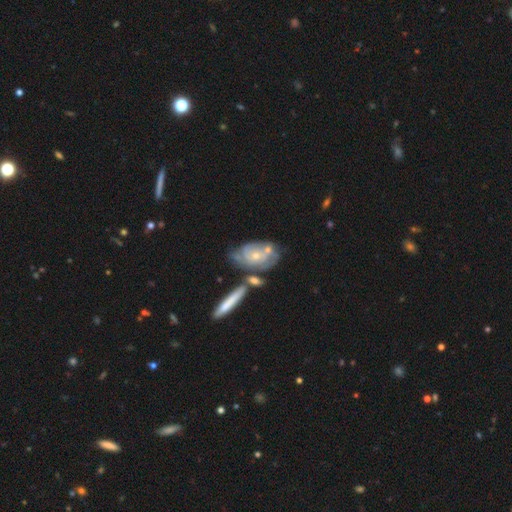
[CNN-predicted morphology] A featured or disk galaxy (74%) with no bar (78%), tight (63%) spiral arms (83%) and a small central bulge (63%). Merging: none (45%).